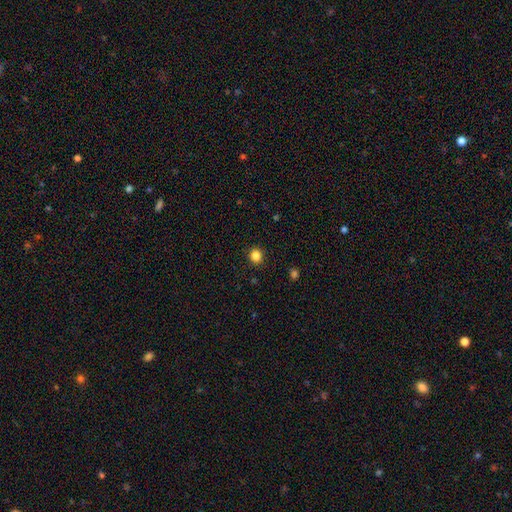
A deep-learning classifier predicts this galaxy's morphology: smooth_or_featured: smooth (p=0.84) [alt: star or artifact p=0.12]
how_rounded: round (p=0.88) [alt: in between p=0.11]
merging: none (p=0.91) [alt: minor disturbance p=0.06]